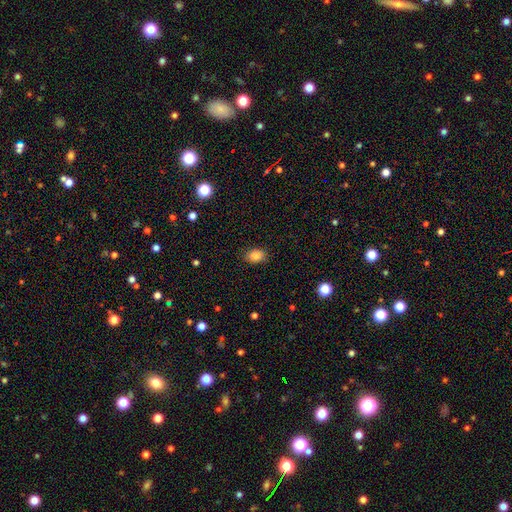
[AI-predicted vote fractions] Smooth or featured?
  - smooth: 85% *
  - star or artifact: 9%
  - featured or disk: 6%
How rounded?
  - in between: 78% *
  - round: 21%
  - cigar-shaped: 1%
Merging?
  - none: 86% *
  - minor disturbance: 10%
  - major disturbance: 2%
  - merger: 1%